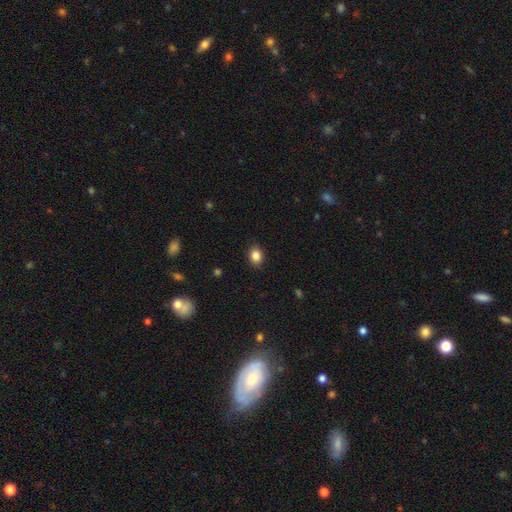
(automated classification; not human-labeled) Overall: smooth (85%). How rounded: in between (60%; round 39%). Merging: none (88%).